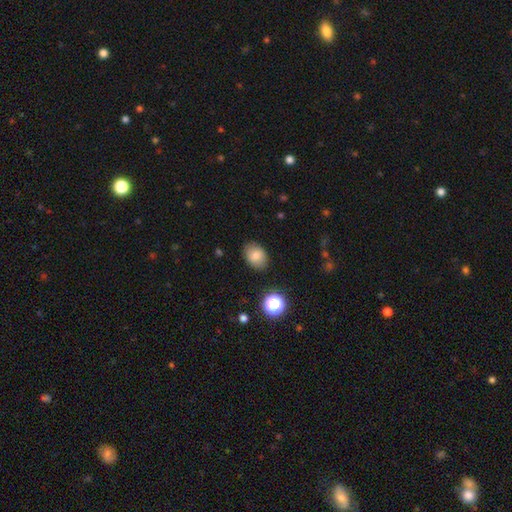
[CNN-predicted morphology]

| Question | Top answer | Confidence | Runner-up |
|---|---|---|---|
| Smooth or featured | smooth | 81% | star or artifact (10%) |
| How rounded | in between | 68% | round (31%) |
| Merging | none | 84% | minor disturbance (12%) |